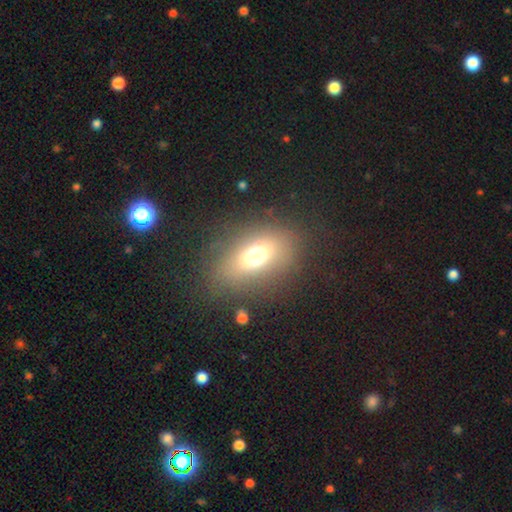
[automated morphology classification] This appears to be a smooth galaxy with no disk features (64%) that is in between round and cigar-shaped (73%). Merging: none (77%).